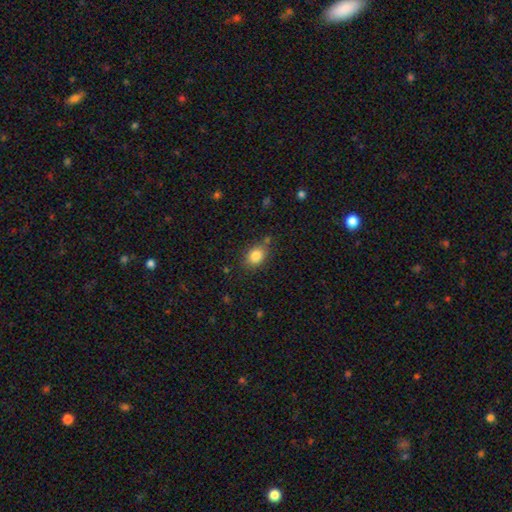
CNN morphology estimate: Smooth or featured: smooth — 84% (star or artifact — 9%)
How rounded: in between — 63% (round — 36%)
Merging: none — 74% (minor disturbance — 17%)